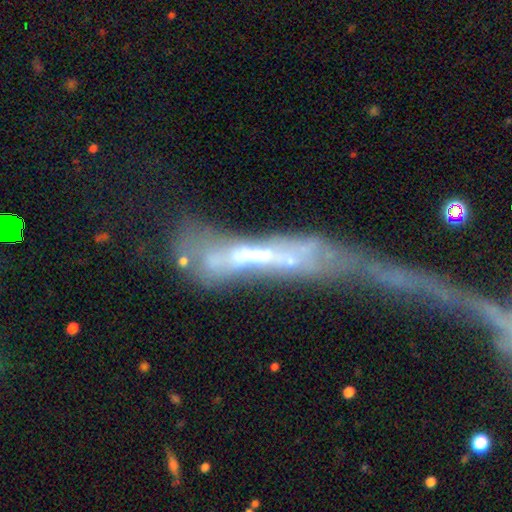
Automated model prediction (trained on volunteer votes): Smooth or featured?
  - featured or disk: 60% *
  - smooth: 28%
  - star or artifact: 12%
Edge-on disk?
  - no: 62% *
  - yes: 38%
Merging?
  - merger: 42% *
  - major disturbance: 39%
  - none: 10%
  - minor disturbance: 9%